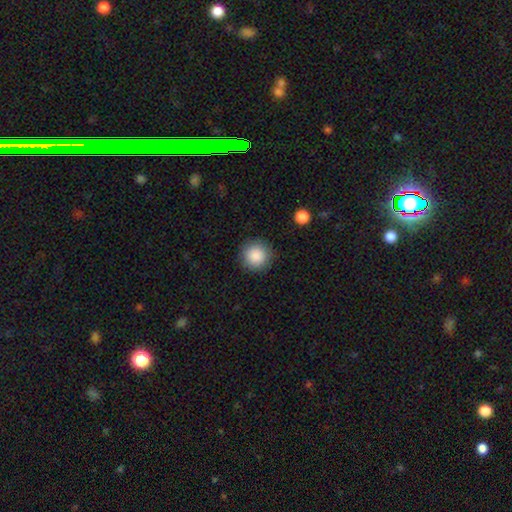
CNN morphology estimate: Smooth or featured? Predicted: smooth (p=0.88). How rounded? Predicted: round (p=0.95). Merging? Predicted: none (p=0.90).